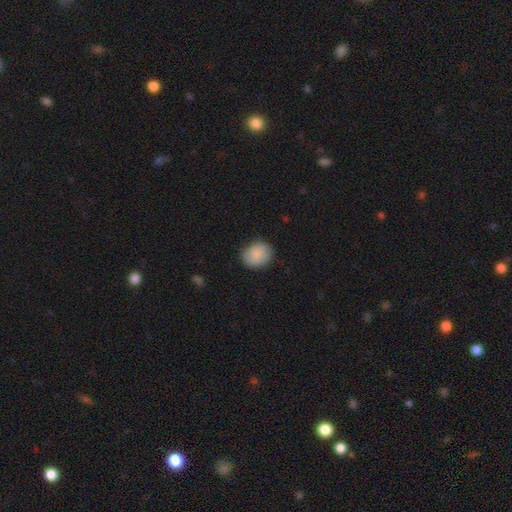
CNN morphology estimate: type=smooth (86%); roundness=round (59%); merging=none (81%).